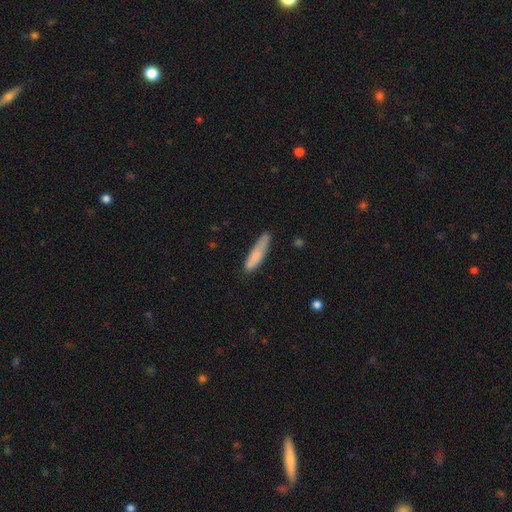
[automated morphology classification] Smooth or featured? smooth (79%)
How rounded? cigar-shaped (81%)
Merging? none (68%)